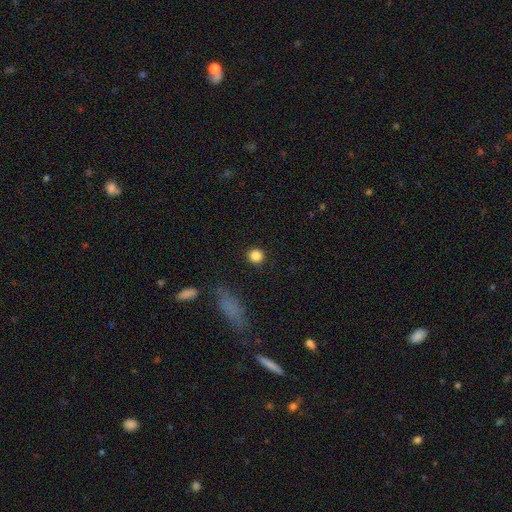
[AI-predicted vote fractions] Q: Smooth or featured?
A: smooth (86%); runner-up: star or artifact (10%)
Q: How rounded?
A: round (93%); runner-up: in between (6%)
Q: Merging?
A: none (91%); runner-up: minor disturbance (6%)